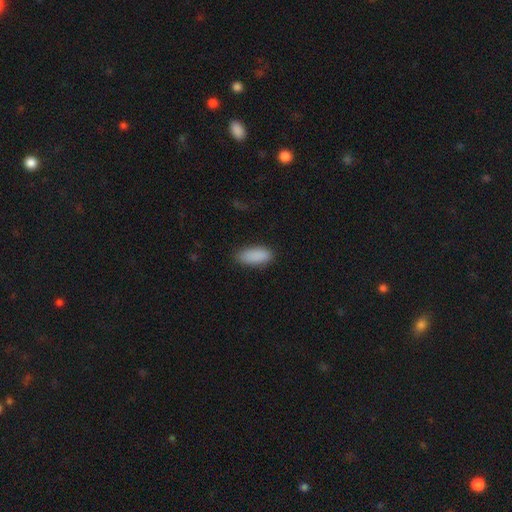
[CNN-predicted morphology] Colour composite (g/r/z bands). It shows a smooth galaxy with no disk features (89%) that is in between round and cigar-shaped (81%). Merging: none (83%).